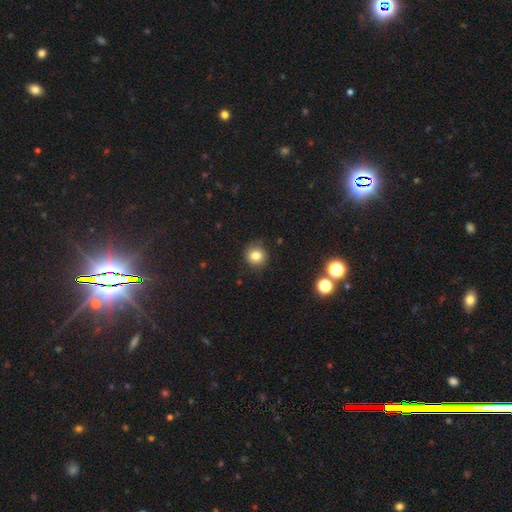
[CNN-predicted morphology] smooth 80%, star or artifact 12%, featured or disk 7%. Down the decision tree: how rounded — round (88%); merging — none (83%).